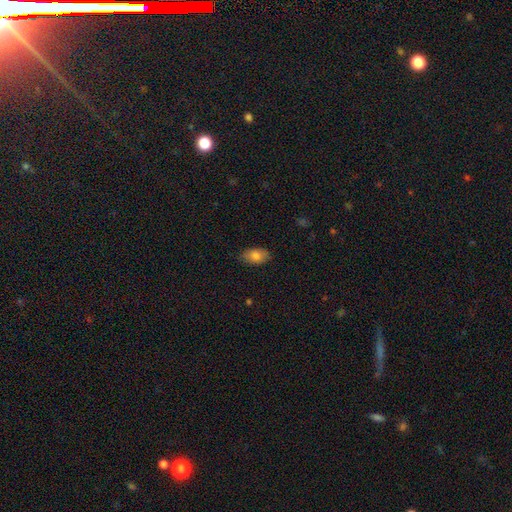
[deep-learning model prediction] Smooth or featured? smooth (82%)
How rounded? in between (91%)
Merging? none (82%)